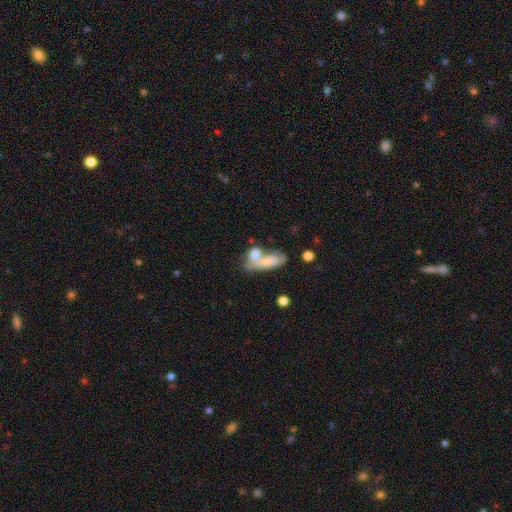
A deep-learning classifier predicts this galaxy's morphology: smooth 65%, featured or disk 27%, star or artifact 7%. Down the decision tree: how rounded — in between (72%); merging — merger (52%).